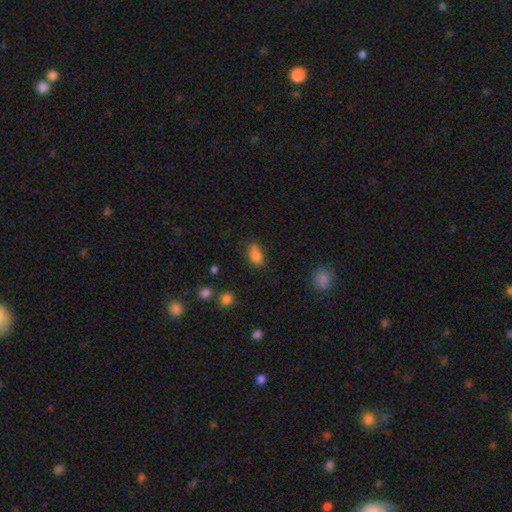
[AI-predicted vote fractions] smooth_or_featured: smooth (p=0.82) [alt: star or artifact p=0.10]
how_rounded: in between (p=0.87) [alt: round p=0.08]
merging: none (p=0.58) [alt: minor disturbance p=0.29]